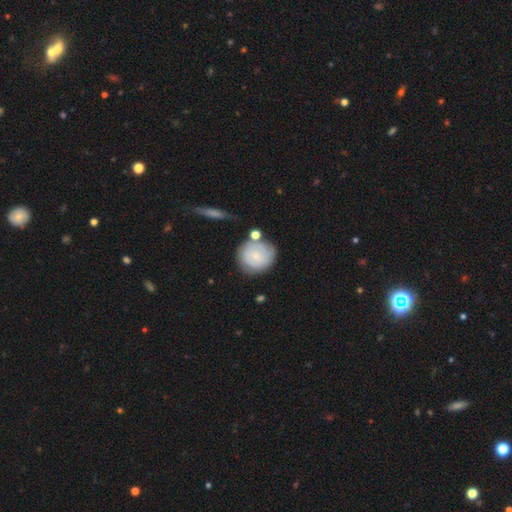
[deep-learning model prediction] smooth_or_featured: smooth (p=0.64) [alt: featured or disk p=0.28]
how_rounded: round (p=0.85) [alt: in between p=0.14]
merging: none (p=0.62) [alt: minor disturbance p=0.19]